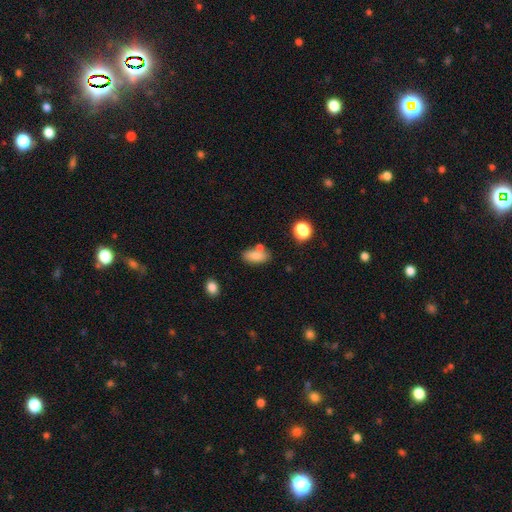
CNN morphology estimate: Smooth or featured? Predicted: smooth (p=0.82). How rounded? Predicted: in between (p=0.87). Merging? Predicted: none (p=0.60).